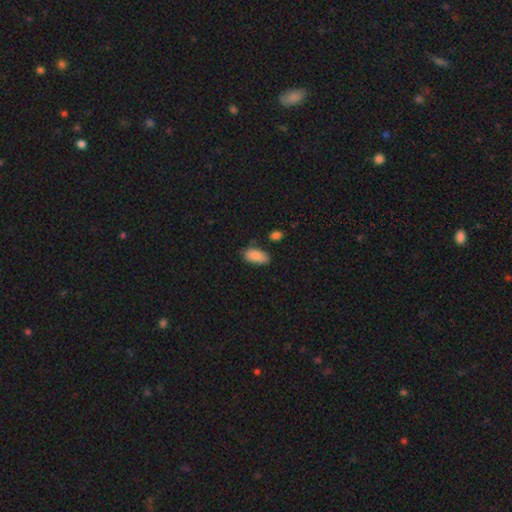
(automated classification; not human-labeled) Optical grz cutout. It shows a smooth galaxy with no disk features (87%) that is in between round and cigar-shaped (93%). Merging: none (71%).